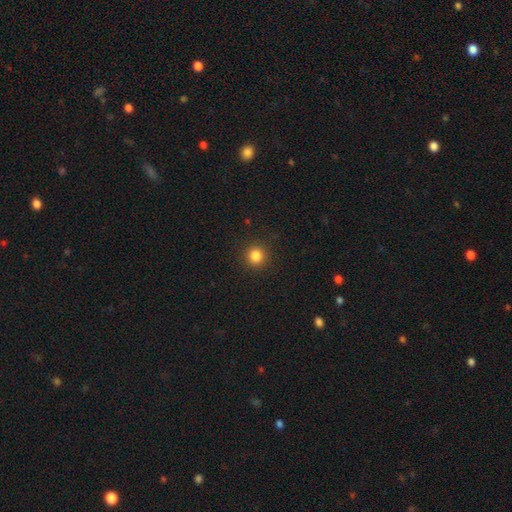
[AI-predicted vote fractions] This appears to be a smooth galaxy with no disk features (83%) that is round (92%). Merging: none (91%).